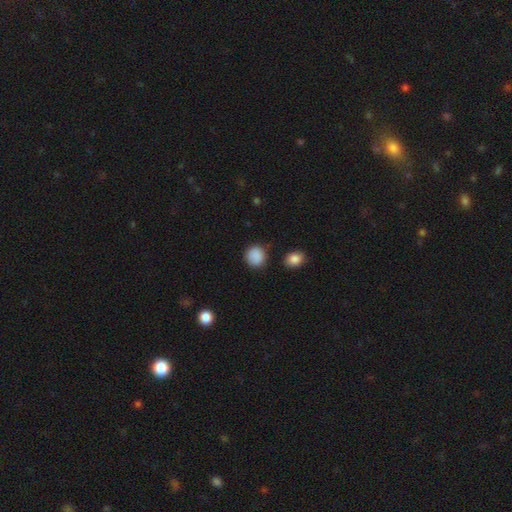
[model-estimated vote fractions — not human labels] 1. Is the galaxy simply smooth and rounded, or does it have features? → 88% smooth, 9% star or artifact, 3% featured or disk.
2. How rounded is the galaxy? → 87% round, 12% in between, 1% cigar-shaped.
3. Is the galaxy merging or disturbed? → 84% none, 10% minor disturbance, 3% major disturbance, 3% merger.